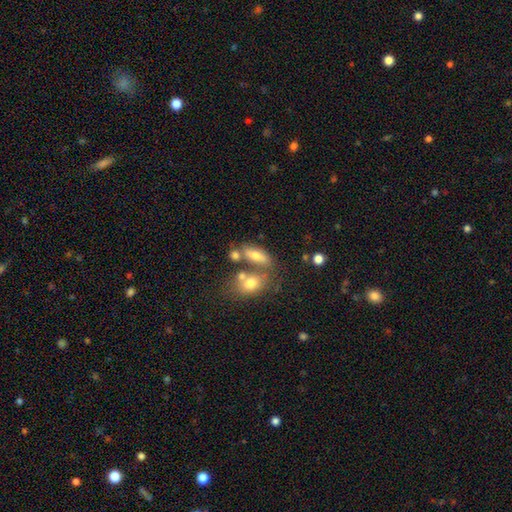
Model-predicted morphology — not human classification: Overall: smooth (66%). How rounded: in between (72%). Merging: none (48%; merger 31%).